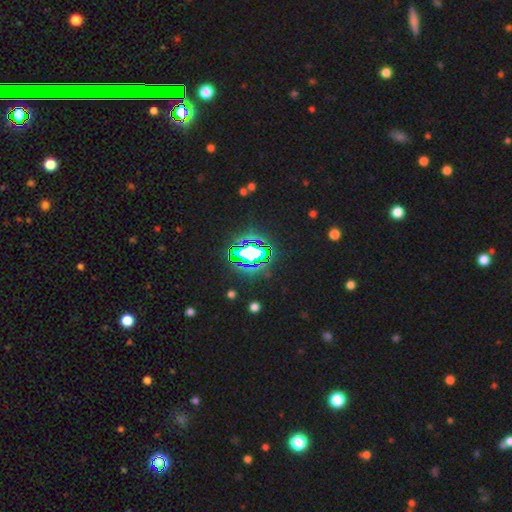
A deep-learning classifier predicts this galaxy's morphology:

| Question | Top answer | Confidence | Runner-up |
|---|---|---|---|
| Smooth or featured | star or artifact | 81% | smooth (12%) |